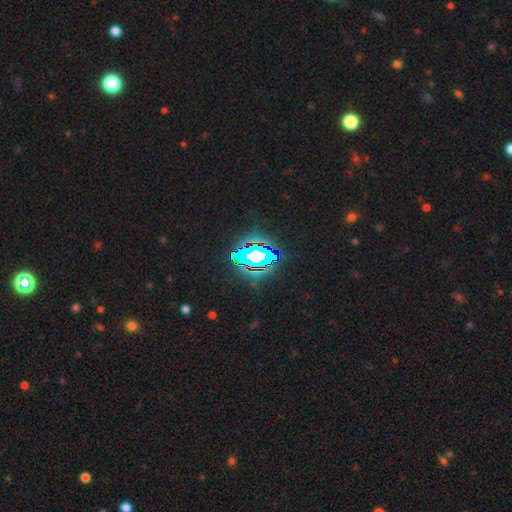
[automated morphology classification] star or artifact 66%, smooth 18%, featured or disk 16%.